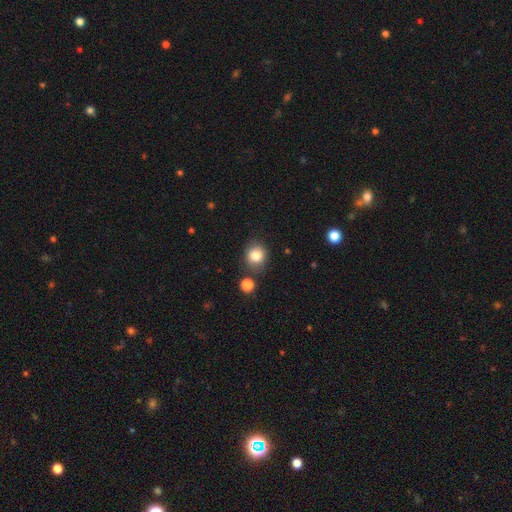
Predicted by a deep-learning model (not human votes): A smooth galaxy with no disk features (82%) that is round (79%).

Vote fractions:
- Smooth or featured? smooth: 82% / star or artifact: 11% / featured or disk: 7%
- How rounded? round: 79% / in between: 20% / cigar-shaped: 1%
- Merging? none: 81% / minor disturbance: 11% / merger: 5% / major disturbance: 3%